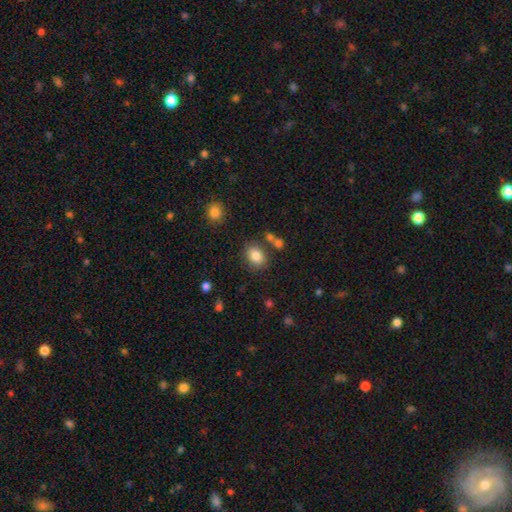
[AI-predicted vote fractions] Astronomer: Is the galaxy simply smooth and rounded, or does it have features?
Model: smooth — 84%.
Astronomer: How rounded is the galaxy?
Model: in between — 64%.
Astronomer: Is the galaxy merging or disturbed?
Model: none — 76%.